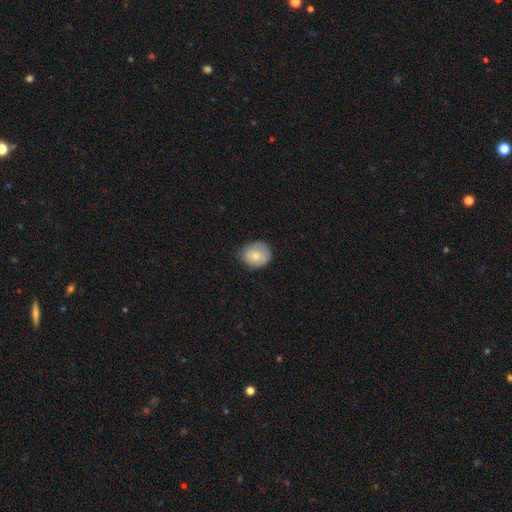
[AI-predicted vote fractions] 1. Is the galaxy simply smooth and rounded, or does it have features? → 74% smooth, 19% featured or disk, 7% star or artifact.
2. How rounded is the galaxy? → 70% round, 29% in between, 1% cigar-shaped.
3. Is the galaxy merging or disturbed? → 69% none, 25% minor disturbance, 5% major disturbance, 1% merger.